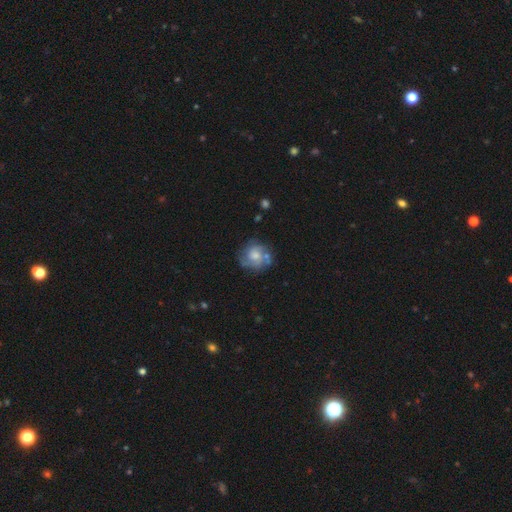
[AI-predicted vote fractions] Smooth or featured? Predicted: featured or disk (p=0.63). Edge-on disk? Predicted: no (p=0.98). Bar? Predicted: no (p=0.73). Spiral arms? Predicted: yes (p=0.85). Spiral winding? Predicted: tight (p=0.46). Spiral arm count? Predicted: can't tell (p=0.29). Bulge size? Predicted: moderate (p=0.52). Merging? Predicted: none (p=0.65).